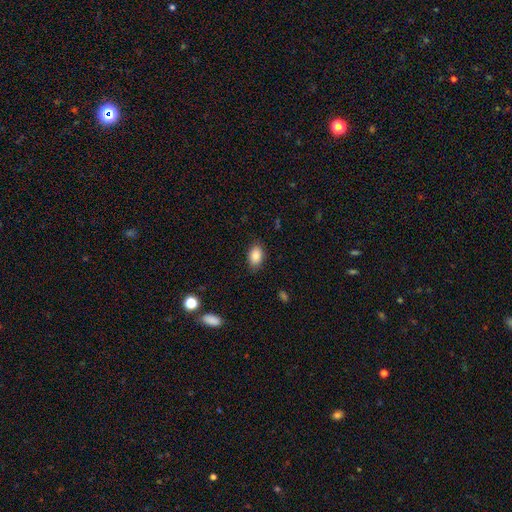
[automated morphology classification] smooth_or_featured: smooth (p=0.85) [alt: star or artifact p=0.08]
how_rounded: in between (p=0.88) [alt: round p=0.11]
merging: none (p=0.84) [alt: minor disturbance p=0.12]